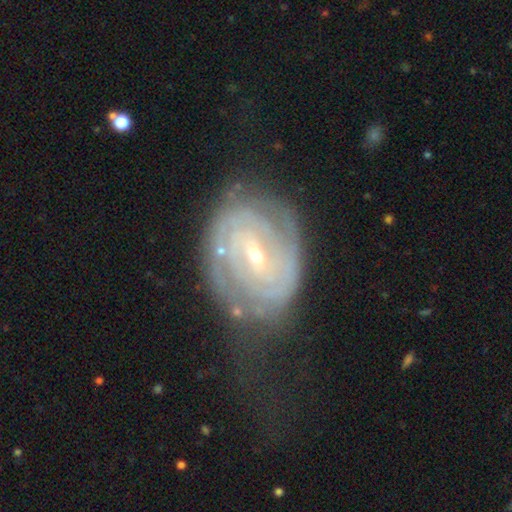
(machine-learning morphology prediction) type=featured or disk (86%); edge-on=no (96%); bar=weak (48%); spiral arms=yes (93%); winding=tight (78%); arm count=can't tell (35%); bulge=small (68%); merging=none (67%).